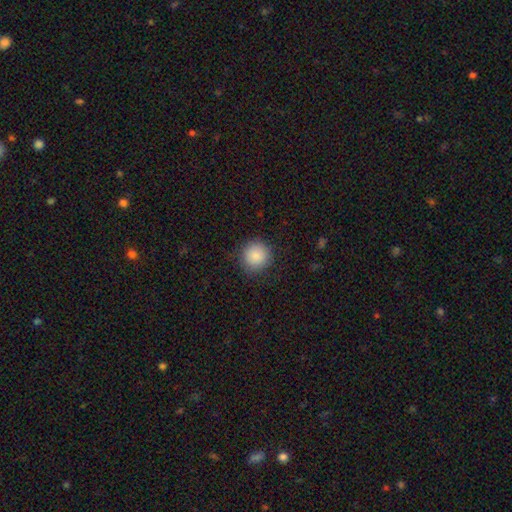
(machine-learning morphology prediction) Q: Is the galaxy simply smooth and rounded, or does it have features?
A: smooth — 88%.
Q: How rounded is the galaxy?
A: round — 94%.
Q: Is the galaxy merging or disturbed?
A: none — 87%.